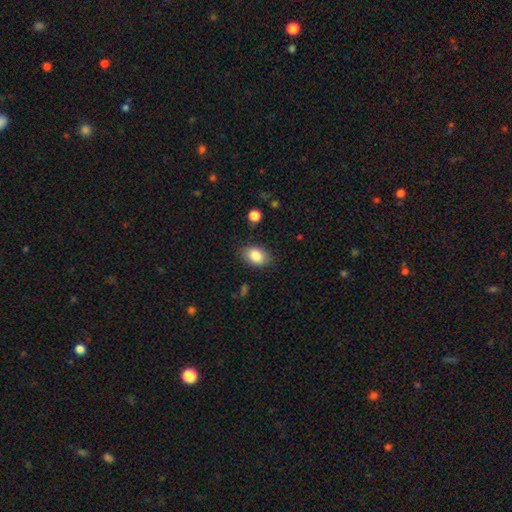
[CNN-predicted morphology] The model was most divided on "merging": none: 83%, minor disturbance: 13%, major disturbance: 3%, merger: 1%. More confident: smooth or featured — smooth (85%); how rounded — in between (85%).